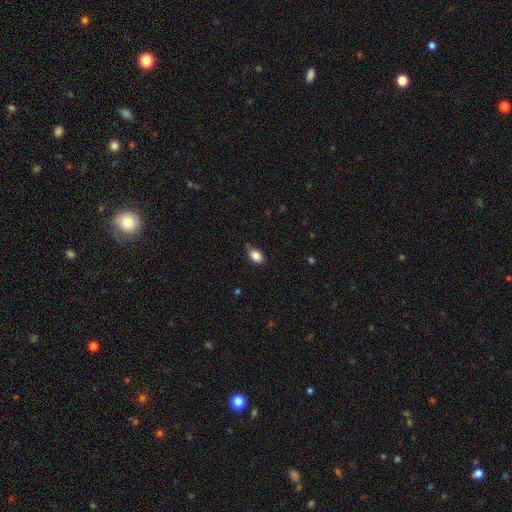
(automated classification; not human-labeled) Smooth or featured?
  - smooth: 86% *
  - star or artifact: 8%
  - featured or disk: 6%
How rounded?
  - in between: 86% *
  - round: 12%
  - cigar-shaped: 2%
Merging?
  - none: 61% *
  - minor disturbance: 32%
  - major disturbance: 5%
  - merger: 2%